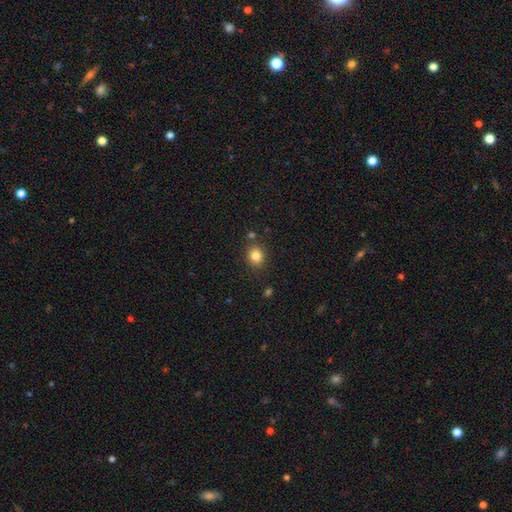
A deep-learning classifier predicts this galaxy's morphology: Q: Smooth or featured?
A: smooth (83%); runner-up: star or artifact (11%)
Q: How rounded?
A: round (71%); runner-up: in between (28%)
Q: Merging?
A: none (84%); runner-up: minor disturbance (9%)